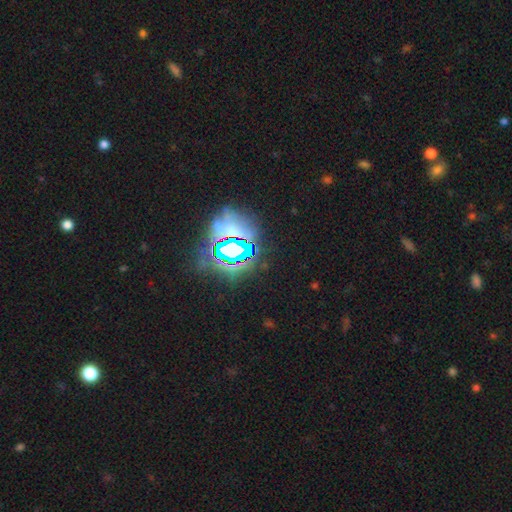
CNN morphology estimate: This appears to be a star or artifact, not a galaxy (84%).